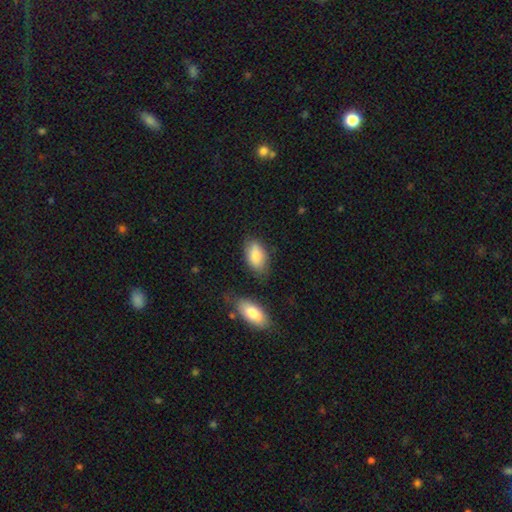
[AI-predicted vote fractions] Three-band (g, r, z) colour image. It shows a smooth galaxy with no disk features (82%) that is in between round and cigar-shaped (92%). Merging: none (69%).